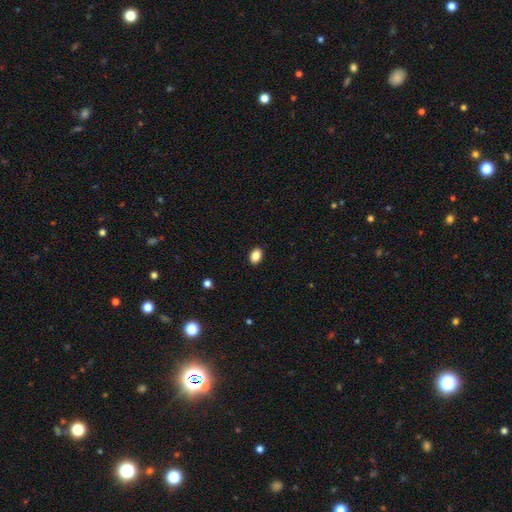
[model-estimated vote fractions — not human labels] smooth 87%, star or artifact 9%, featured or disk 5%. Down the decision tree: how rounded — in between (82%); merging — none (90%).